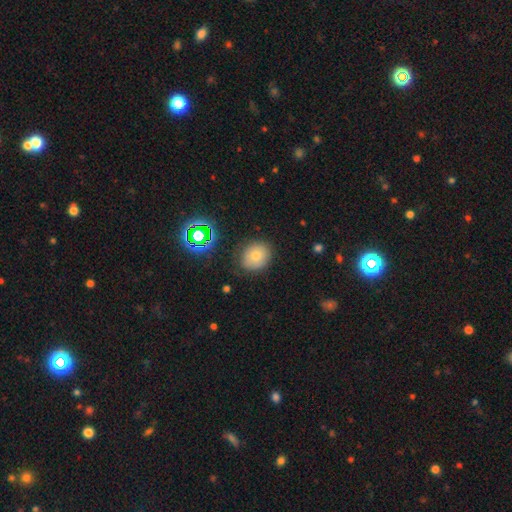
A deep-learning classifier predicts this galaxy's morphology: Smooth or featured? Predicted: smooth (p=0.70). How rounded? Predicted: round (p=0.69). Merging? Predicted: none (p=0.83).